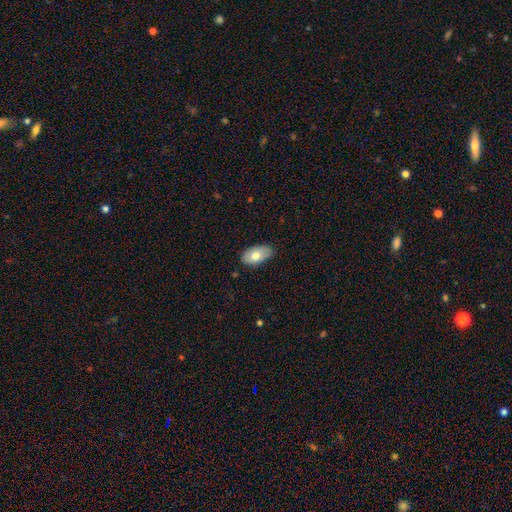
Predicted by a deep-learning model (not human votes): Smooth or featured? smooth (70%)
How rounded? in between (94%)
Merging? none (76%)